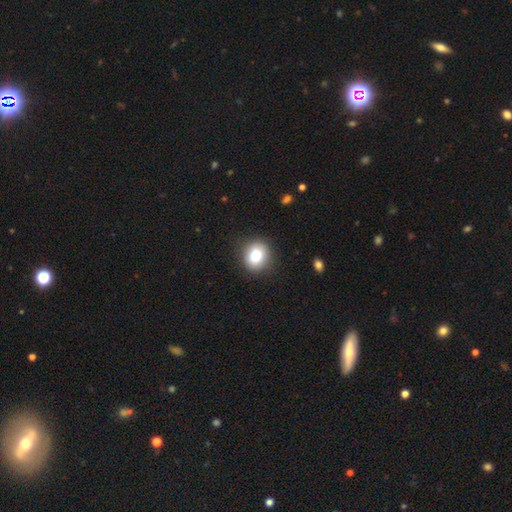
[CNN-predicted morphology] type=smooth (83%); roundness=round (69%); merging=none (86%).